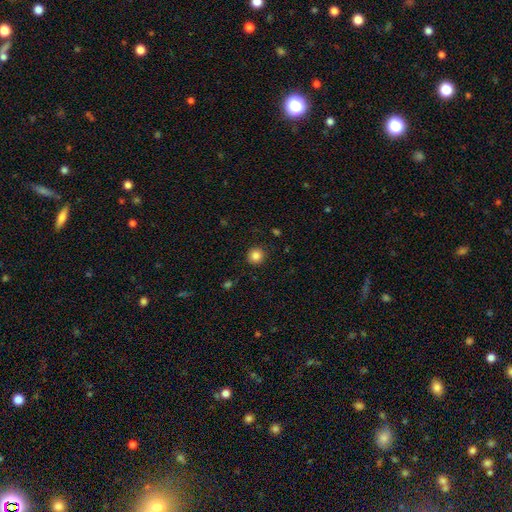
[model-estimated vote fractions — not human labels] Smooth or featured? smooth (85%)
How rounded? round (93%)
Merging? none (91%)